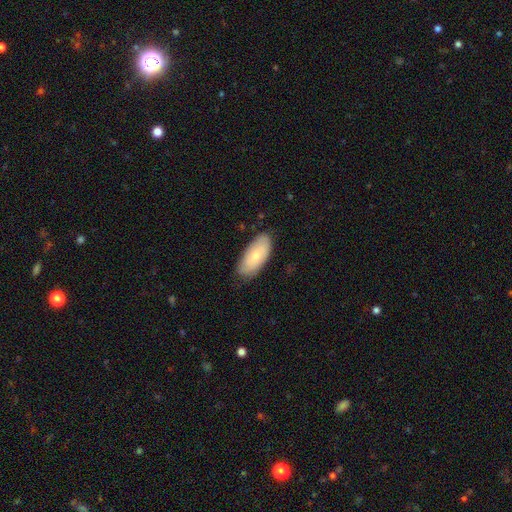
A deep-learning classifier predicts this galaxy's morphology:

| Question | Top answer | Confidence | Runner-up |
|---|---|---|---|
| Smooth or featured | smooth | 74% | featured or disk (21%) |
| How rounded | in between | 88% | cigar-shaped (10%) |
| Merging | none | 78% | minor disturbance (18%) |